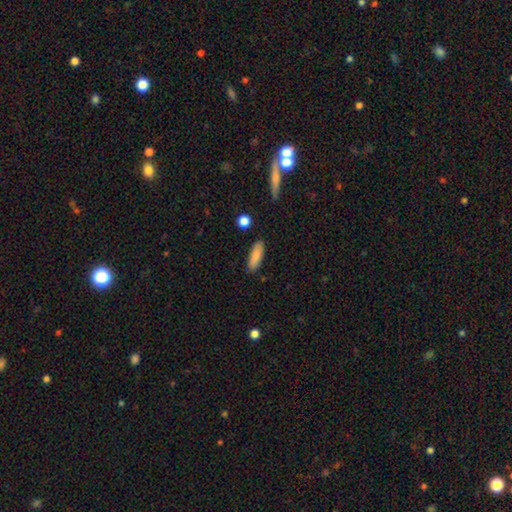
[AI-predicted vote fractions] Smooth or featured: smooth — 86% (featured or disk — 7%)
How rounded: in between — 57% (cigar-shaped — 41%)
Merging: none — 86% (minor disturbance — 10%)